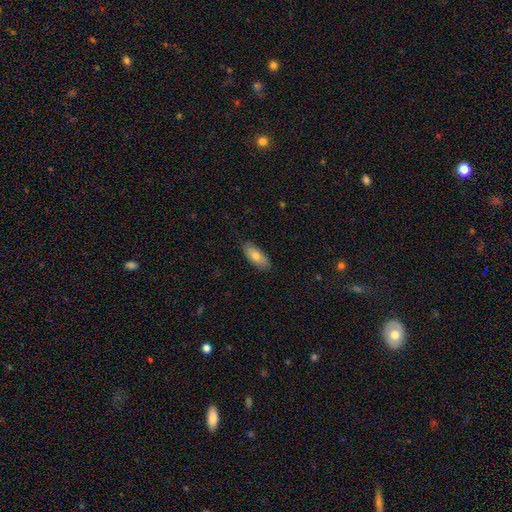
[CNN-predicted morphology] Smooth or featured: smooth — 75% (featured or disk — 19%)
How rounded: in between — 85% (cigar-shaped — 13%)
Merging: none — 86% (minor disturbance — 11%)